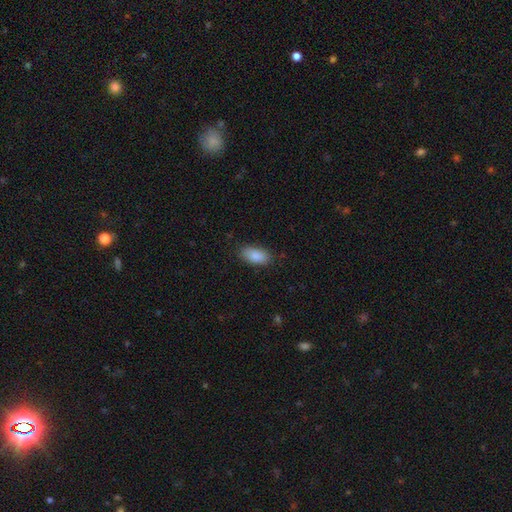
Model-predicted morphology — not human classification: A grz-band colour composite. It shows a smooth galaxy with no disk features (89%) that is in between round and cigar-shaped (92%). Merging: none (85%).